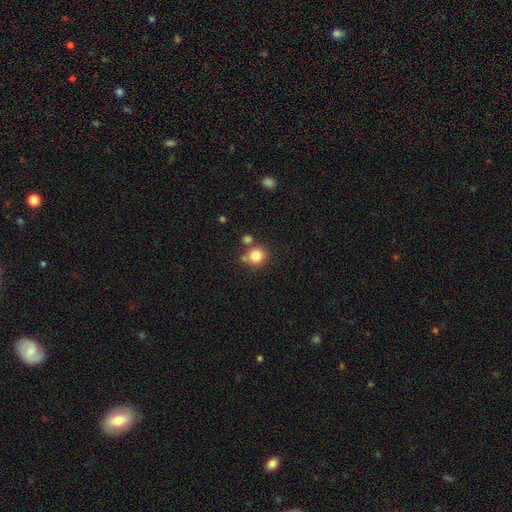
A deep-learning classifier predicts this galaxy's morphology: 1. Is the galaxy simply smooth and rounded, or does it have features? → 83% smooth, 10% star or artifact, 7% featured or disk.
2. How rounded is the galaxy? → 86% round, 13% in between, 1% cigar-shaped.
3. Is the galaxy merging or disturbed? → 67% none, 18% merger, 11% minor disturbance, 4% major disturbance.